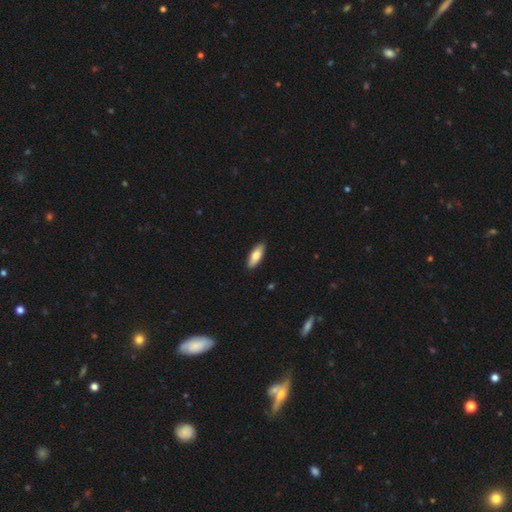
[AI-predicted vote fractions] This appears to be a smooth galaxy with no disk features (77%) that is in between round and cigar-shaped (65%). Merging: none (89%).